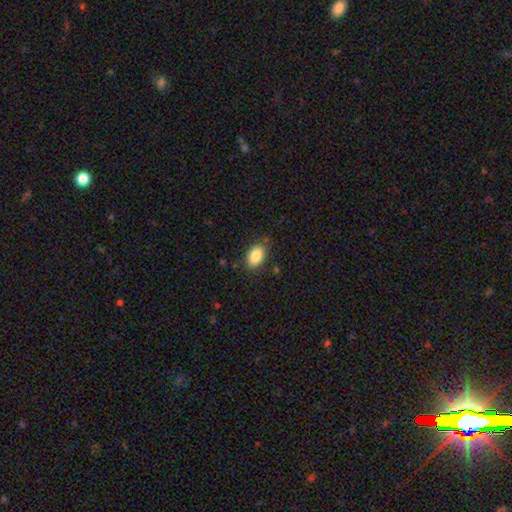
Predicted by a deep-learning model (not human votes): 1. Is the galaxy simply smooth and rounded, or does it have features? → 86% smooth, 8% star or artifact, 7% featured or disk.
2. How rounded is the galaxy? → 88% in between, 11% round, 1% cigar-shaped.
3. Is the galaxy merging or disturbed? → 79% none, 15% minor disturbance, 4% major disturbance, 1% merger.